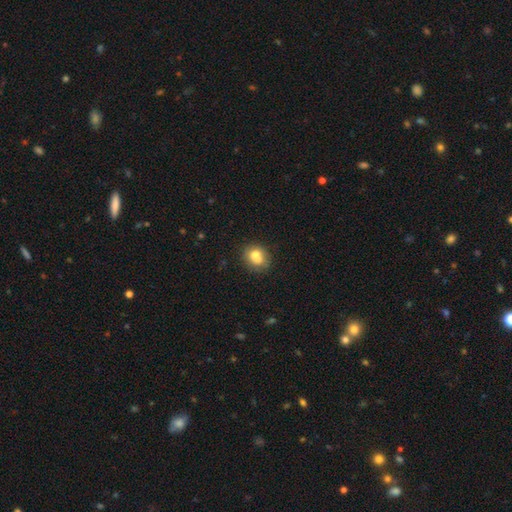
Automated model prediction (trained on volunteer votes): Smooth or featured? smooth (73%)
How rounded? round (65%)
Merging? none (51%)